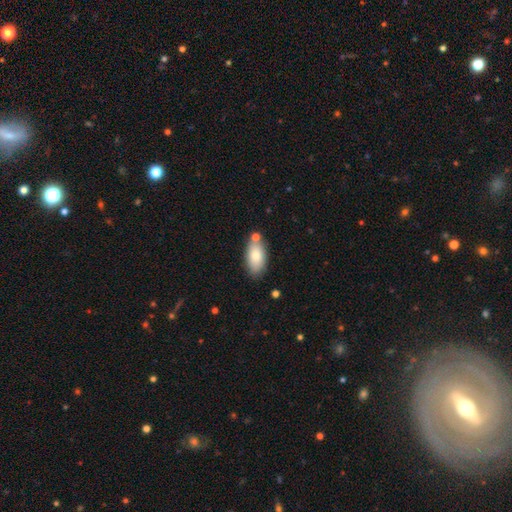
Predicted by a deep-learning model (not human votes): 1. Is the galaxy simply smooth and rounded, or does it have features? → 78% smooth, 15% featured or disk, 7% star or artifact.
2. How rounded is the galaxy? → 91% in between, 5% cigar-shaped, 4% round.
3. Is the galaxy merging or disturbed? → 71% none, 14% minor disturbance, 12% merger, 3% major disturbance.